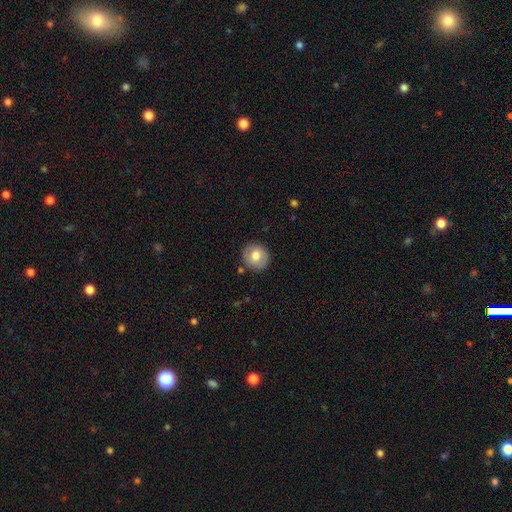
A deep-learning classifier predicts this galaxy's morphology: A smooth galaxy with no disk features (73%) that is round (87%). Merging: none (85%).